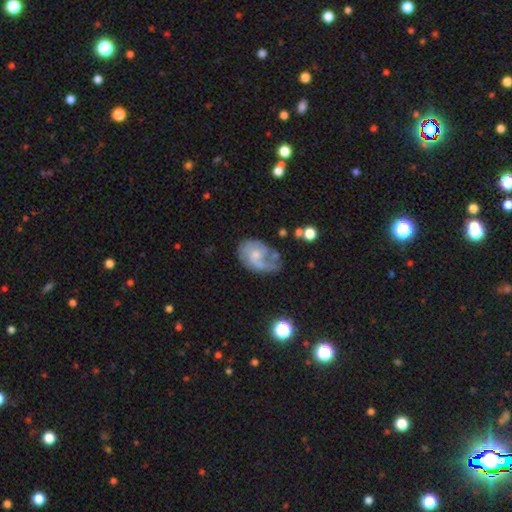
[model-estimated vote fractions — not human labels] This is possibly a featured or disk galaxy (60%). It is clearly not viewed edge-on (97%). Bar: likely no (69%). Spiral arm pattern: likely yes (73%). Central bulge: possibly small (50%). Merging: marginally none (34%).